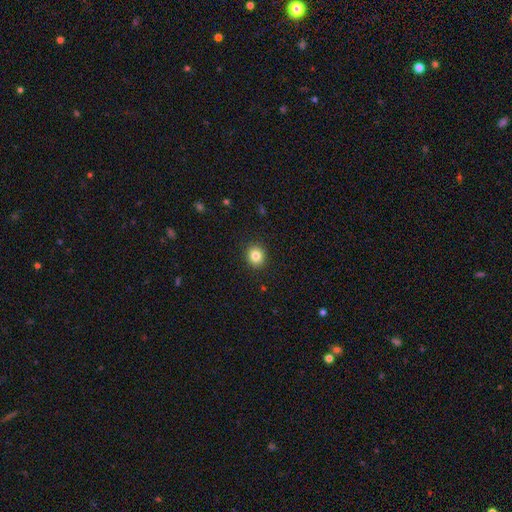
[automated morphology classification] smooth 83%, star or artifact 11%, featured or disk 6%. Down the decision tree: how rounded — round (82%); merging — none (91%).